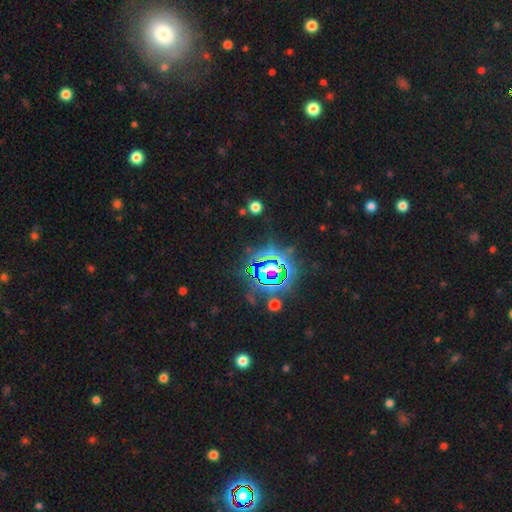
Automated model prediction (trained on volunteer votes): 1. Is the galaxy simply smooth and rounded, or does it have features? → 82% star or artifact, 10% smooth, 8% featured or disk.